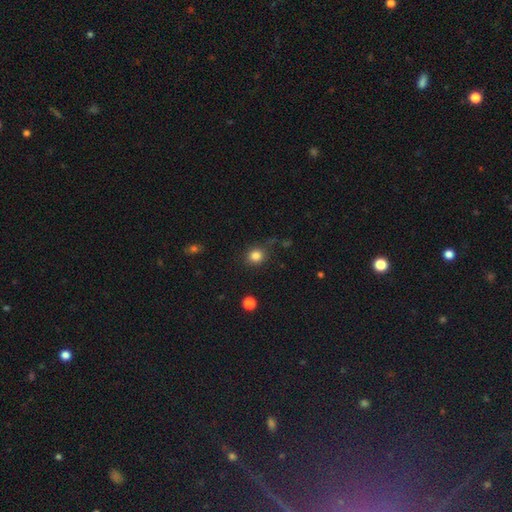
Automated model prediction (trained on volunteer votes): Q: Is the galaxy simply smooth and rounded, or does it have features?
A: smooth — 83%.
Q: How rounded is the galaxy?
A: round — 84%.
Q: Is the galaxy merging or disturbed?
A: none — 81%.